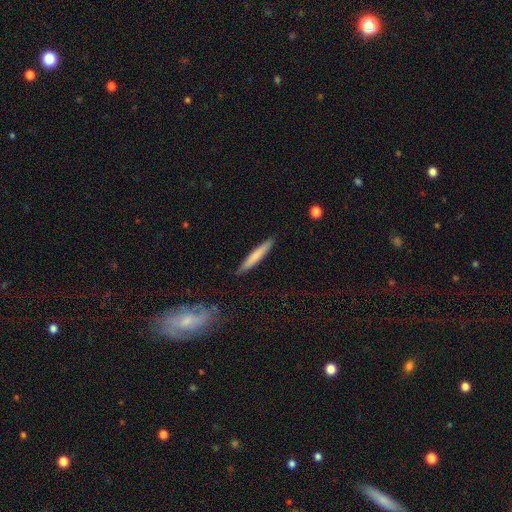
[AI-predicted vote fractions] smooth 69%, featured or disk 25%, star or artifact 6%. Down the decision tree: how rounded — cigar-shaped (95%); merging — none (89%).